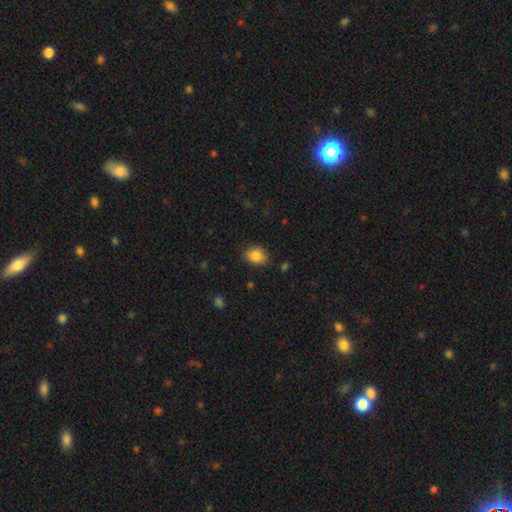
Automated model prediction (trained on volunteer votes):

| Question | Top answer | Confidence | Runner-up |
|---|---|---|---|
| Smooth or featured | smooth | 84% | star or artifact (9%) |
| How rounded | in between | 55% | round (44%) |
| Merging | none | 83% | minor disturbance (13%) |